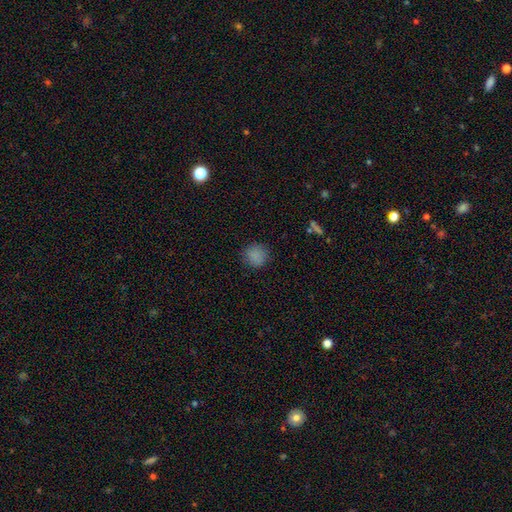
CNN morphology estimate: A smooth galaxy with no disk features (84%) that is round (90%).

Vote fractions:
- Smooth or featured? smooth: 84% / star or artifact: 12% / featured or disk: 4%
- How rounded? round: 90% / in between: 9% / cigar-shaped: 1%
- Merging? none: 87% / minor disturbance: 9% / major disturbance: 3% / merger: 1%